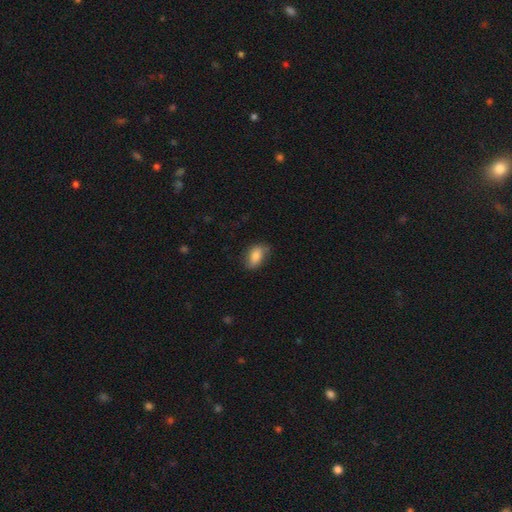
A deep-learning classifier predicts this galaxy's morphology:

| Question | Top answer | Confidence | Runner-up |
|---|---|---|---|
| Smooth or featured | smooth | 73% | featured or disk (20%) |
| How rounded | in between | 88% | round (9%) |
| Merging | none | 68% | minor disturbance (23%) |